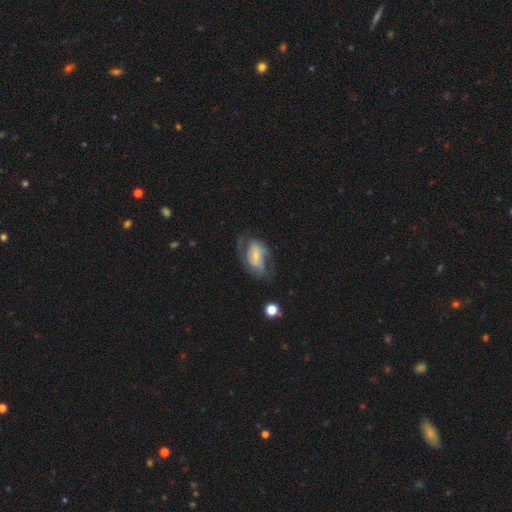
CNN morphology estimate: A featured or disk galaxy (69%) with no bar (42%), 2 (64%) medium (47%) spiral arms (85%) and a small central bulge (60%).

Vote fractions:
- Smooth or featured? featured or disk: 69% / smooth: 24% / star or artifact: 6%
- Edge-on disk? no: 96% / yes: 4%
- Bar? no: 42% / weak: 41% / strong: 17%
- Spiral arms? yes: 85% / no: 15%
- Spiral winding? medium: 47% / loose: 29% / tight: 25%
- Spiral arm count? 2: 64% / can't tell: 19% / 3: 7% / 1: 5% / 4: 2% / more than 4: 2%
- Bulge size? small: 60% / moderate: 27% / none: 7% / large: 5% / dominant: 2%
- Merging? none: 48% / major disturbance: 25% / minor disturbance: 24% / merger: 2%